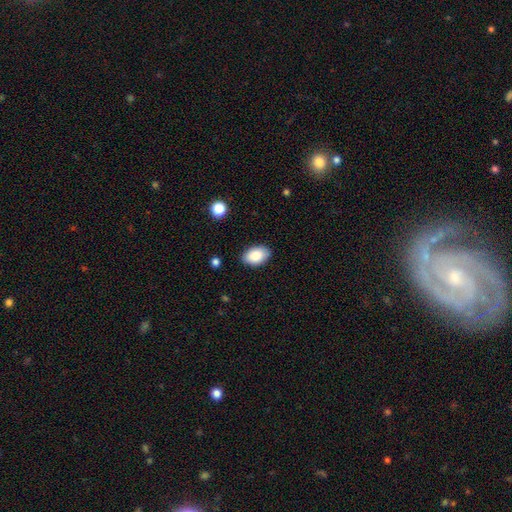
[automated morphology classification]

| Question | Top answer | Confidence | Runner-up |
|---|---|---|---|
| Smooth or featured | smooth | 87% | star or artifact (7%) |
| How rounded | in between | 90% | round (9%) |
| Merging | none | 86% | minor disturbance (10%) |